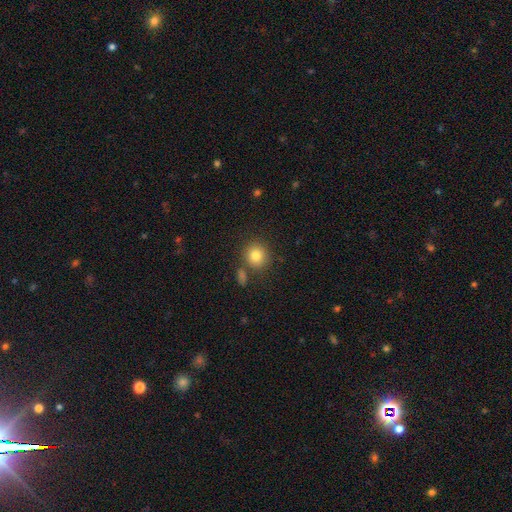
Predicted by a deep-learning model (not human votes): Smooth or featured? smooth (81%)
How rounded? round (88%)
Merging? none (75%)